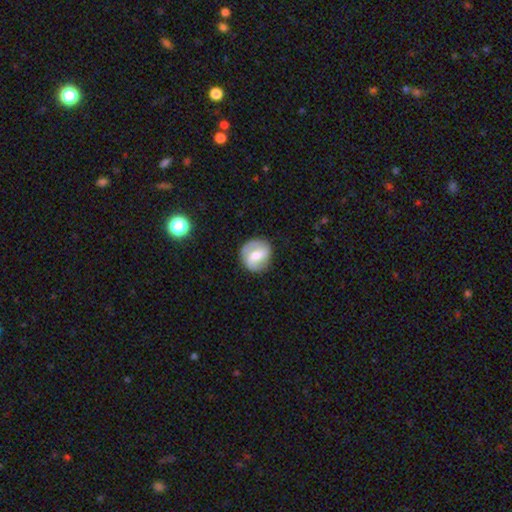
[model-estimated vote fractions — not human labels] Smooth or featured: featured or disk — 53% (smooth — 40%)
Edge-on disk: no — 96% (yes — 4%)
Bar: weak — 42% (strong — 39%)
Spiral arms: yes — 65% (no — 35%)
Bulge size: moderate — 60% (small — 29%)
Merging: none — 82% (minor disturbance — 13%)